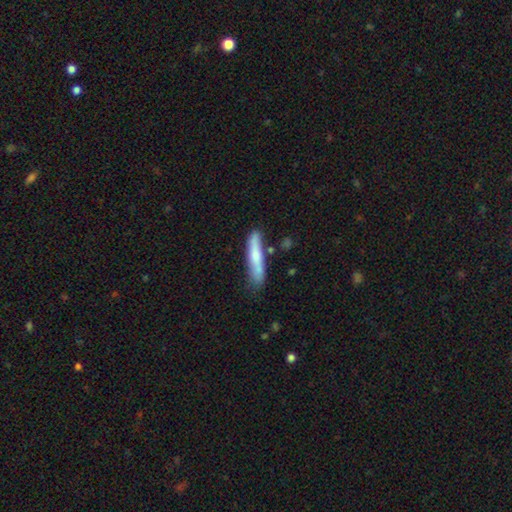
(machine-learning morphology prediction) Smooth or featured?
  - smooth: 63% *
  - featured or disk: 32%
  - star or artifact: 5%
How rounded?
  - cigar-shaped: 87% *
  - in between: 12%
  - round: 2%
Merging?
  - none: 67% *
  - minor disturbance: 22%
  - merger: 6%
  - major disturbance: 4%